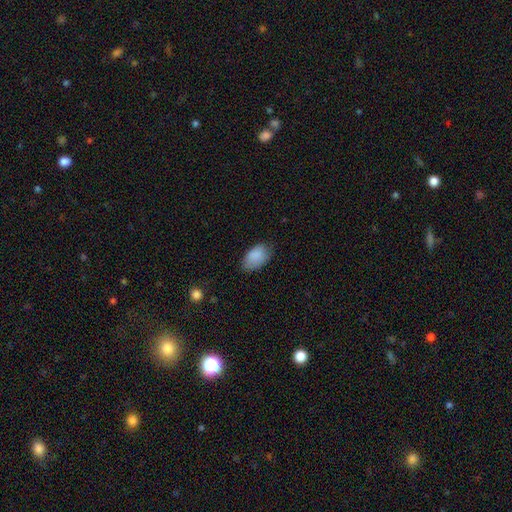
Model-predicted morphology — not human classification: Q: Smooth or featured?
A: smooth (87%); runner-up: star or artifact (7%)
Q: How rounded?
A: in between (93%); runner-up: round (5%)
Q: Merging?
A: none (71%); runner-up: minor disturbance (23%)